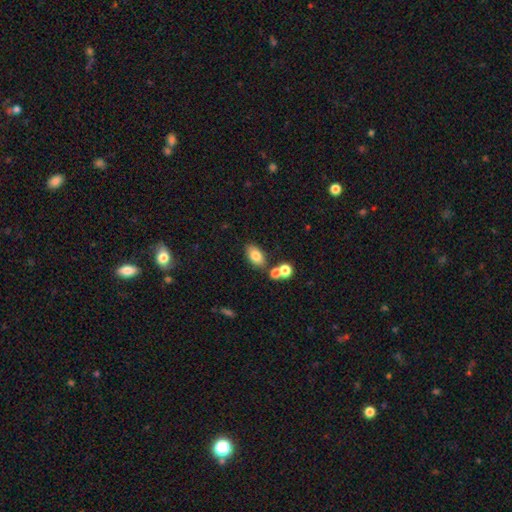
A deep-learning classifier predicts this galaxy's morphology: A smooth galaxy with no disk features (79%) that is in between round and cigar-shaped (88%).

Vote fractions:
- Smooth or featured? smooth: 79% / featured or disk: 12% / star or artifact: 9%
- How rounded? in between: 88% / round: 9% / cigar-shaped: 3%
- Merging? none: 71% / merger: 16% / minor disturbance: 11% / major disturbance: 3%